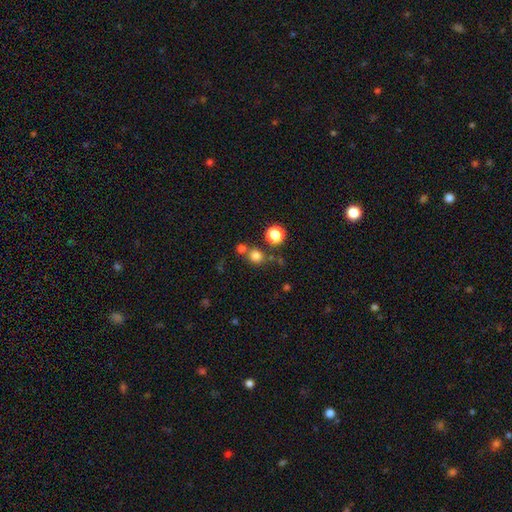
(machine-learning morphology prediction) smooth 78%, star or artifact 16%, featured or disk 7%. Down the decision tree: how rounded — round (83%); merging — none (67%).